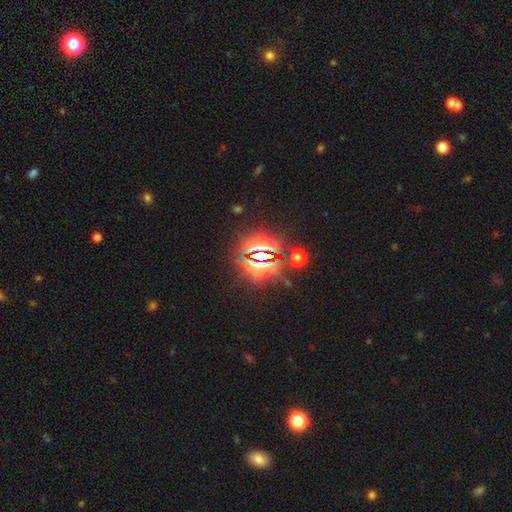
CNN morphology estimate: smooth_or_featured: star or artifact (p=0.77) [alt: smooth p=0.13]